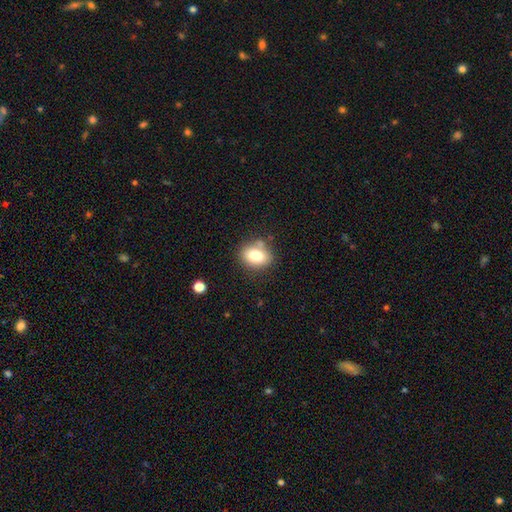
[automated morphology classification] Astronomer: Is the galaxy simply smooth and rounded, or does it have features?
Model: smooth — 78%.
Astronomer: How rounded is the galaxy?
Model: in between — 59% (runner-up: round, 40%).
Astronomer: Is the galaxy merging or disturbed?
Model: none — 72%.